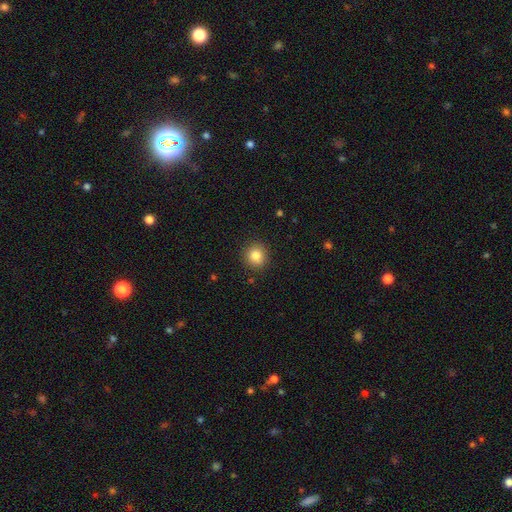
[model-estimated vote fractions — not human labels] Smooth or featured? Predicted: smooth (p=0.83). How rounded? Predicted: round (p=0.86). Merging? Predicted: none (p=0.89).